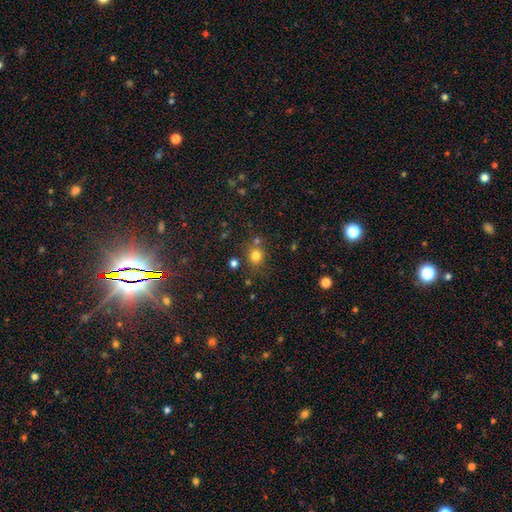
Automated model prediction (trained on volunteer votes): smooth-or-featured: smooth: 77% | star or artifact: 16% | featured or disk: 7%
  how-rounded: round: 86% | in between: 13% | cigar-shaped: 1%
  merging: none: 72% | merger: 14% | minor disturbance: 10% | major disturbance: 4%